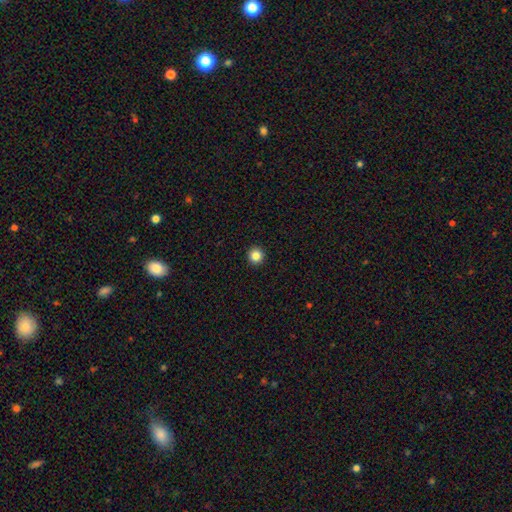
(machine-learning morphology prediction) Smooth or featured?
  - smooth: 85% *
  - star or artifact: 11%
  - featured or disk: 4%
How rounded?
  - round: 96% *
  - in between: 3%
  - cigar-shaped: 1%
Merging?
  - none: 94% *
  - minor disturbance: 4%
  - major disturbance: 1%
  - merger: 1%